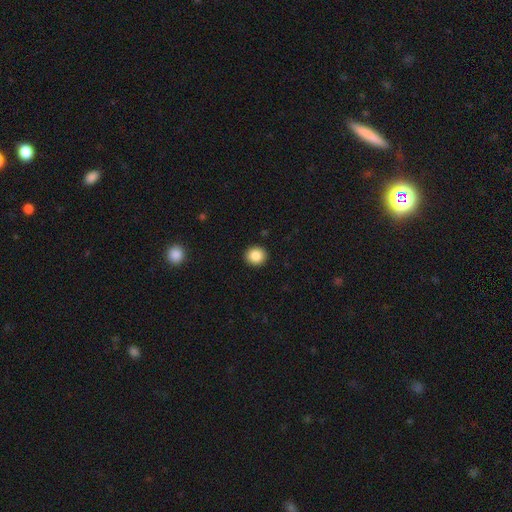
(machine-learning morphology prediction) smooth 87%, star or artifact 9%, featured or disk 4%. Down the decision tree: how rounded — round (88%); merging — none (93%).